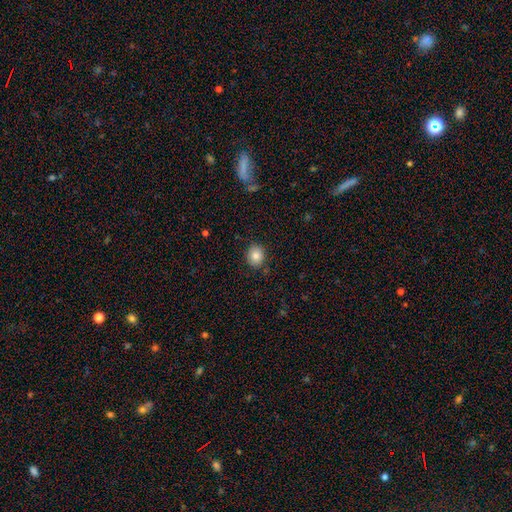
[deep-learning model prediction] This is clearly a smooth galaxy (84%). How rounded: likely round (65%). Merging: clearly none (86%).